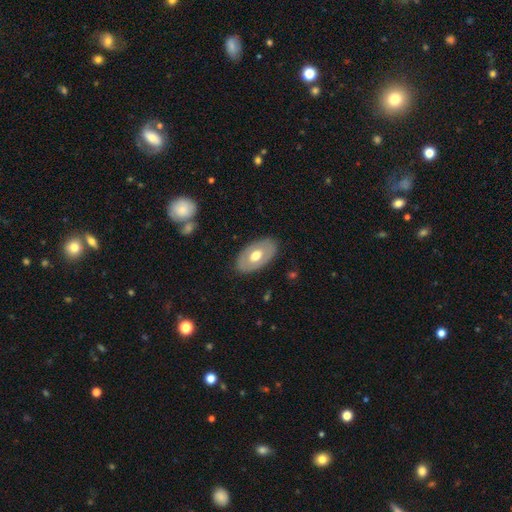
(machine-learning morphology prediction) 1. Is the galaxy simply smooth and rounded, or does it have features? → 52% smooth, 43% featured or disk, 5% star or artifact.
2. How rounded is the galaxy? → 92% in between, 7% round, 1% cigar-shaped.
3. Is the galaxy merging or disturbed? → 84% none, 12% minor disturbance, 3% major disturbance, 1% merger.